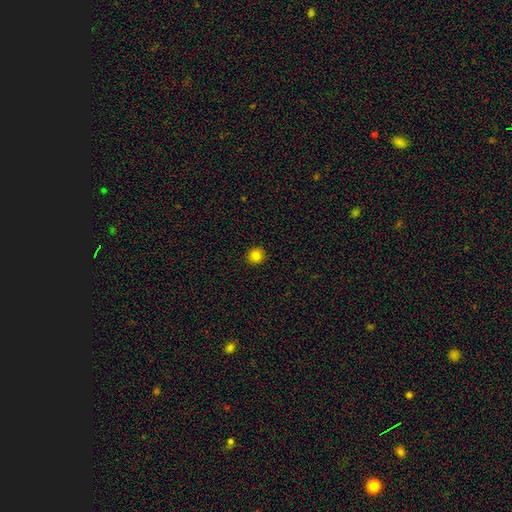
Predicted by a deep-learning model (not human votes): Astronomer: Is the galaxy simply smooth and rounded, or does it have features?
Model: smooth — 82%.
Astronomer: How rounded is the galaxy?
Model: round — 92%.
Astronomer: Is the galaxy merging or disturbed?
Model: none — 93%.